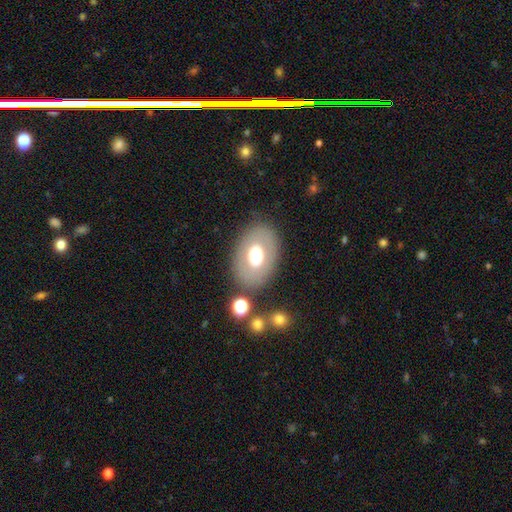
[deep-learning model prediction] smooth-or-featured: smooth: 60% | featured or disk: 32% | star or artifact: 9%
  how-rounded: in between: 79% | round: 20% | cigar-shaped: 1%
  merging: none: 80% | minor disturbance: 11% | major disturbance: 5% | merger: 4%